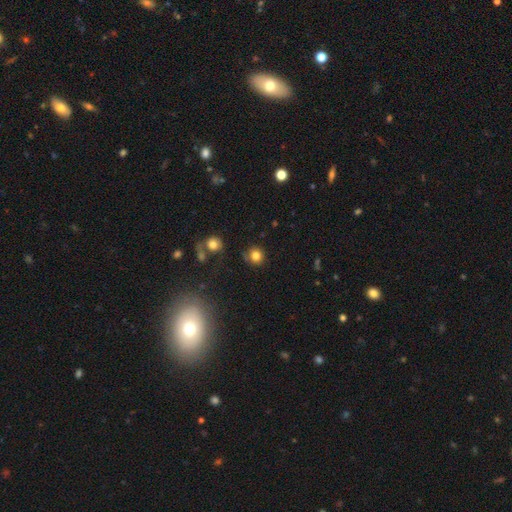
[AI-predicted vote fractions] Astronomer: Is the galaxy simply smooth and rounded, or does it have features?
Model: smooth — 81%.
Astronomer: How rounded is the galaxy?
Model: round — 89%.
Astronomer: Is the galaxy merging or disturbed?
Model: none — 80%.